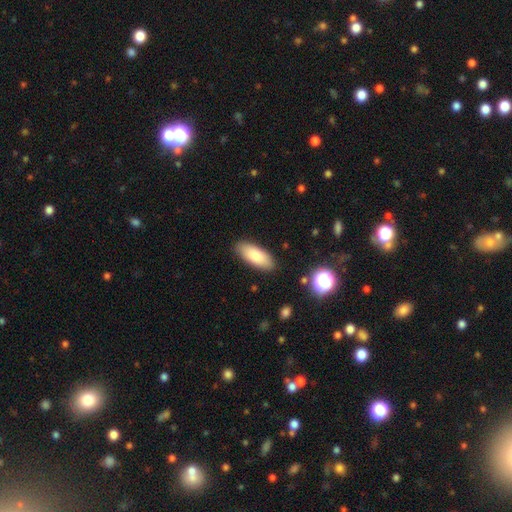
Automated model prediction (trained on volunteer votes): smooth-or-featured: smooth: 81% | featured or disk: 12% | star or artifact: 7%
  how-rounded: in between: 80% | cigar-shaped: 18% | round: 2%
  merging: none: 87% | minor disturbance: 10% | major disturbance: 2% | merger: 2%